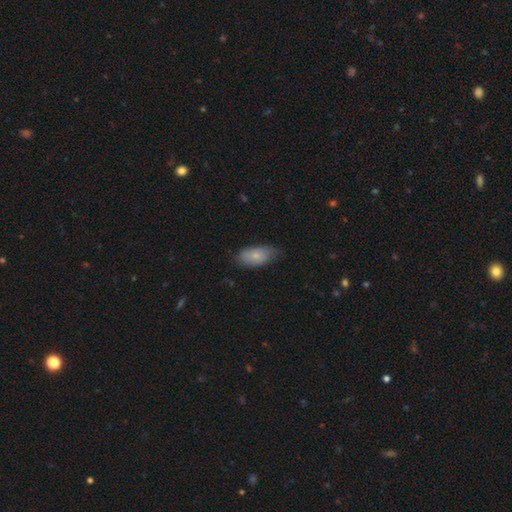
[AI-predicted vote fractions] Smooth or featured? Predicted: smooth (p=0.73). How rounded? Predicted: in between (p=0.91). Merging? Predicted: none (p=0.63).